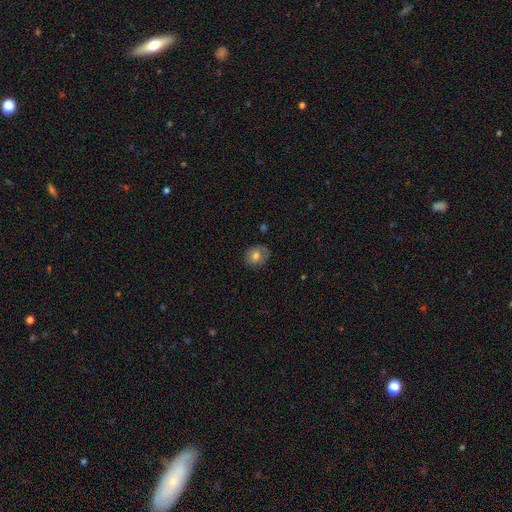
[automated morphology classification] A smooth galaxy with no disk features (73%) that is round (61%).

Vote fractions:
- Smooth or featured? smooth: 73% / featured or disk: 18% / star or artifact: 9%
- How rounded? round: 61% / in between: 38% / cigar-shaped: 1%
- Merging? none: 76% / minor disturbance: 18% / major disturbance: 5% / merger: 1%